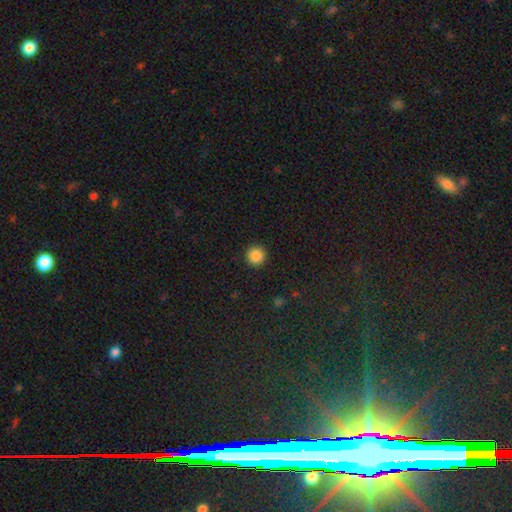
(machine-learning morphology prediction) Smooth or featured? Predicted: smooth (p=0.87). How rounded? Predicted: round (p=0.96). Merging? Predicted: none (p=0.93).